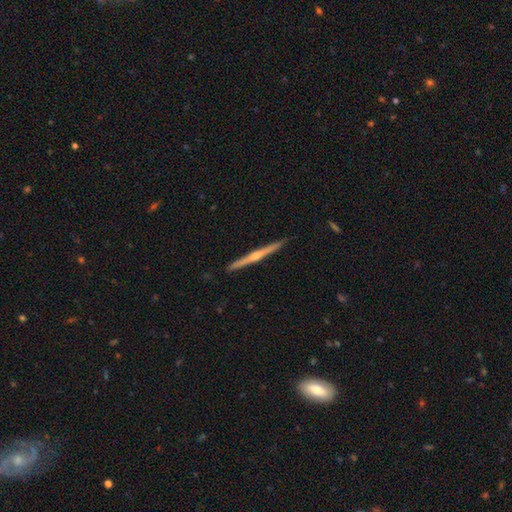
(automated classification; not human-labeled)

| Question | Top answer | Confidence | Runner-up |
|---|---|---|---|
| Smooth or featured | featured or disk | 77% | smooth (18%) |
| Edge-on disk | yes | 99% | no (1%) |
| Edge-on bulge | rounded | 80% | none (15%) |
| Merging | none | 93% | minor disturbance (5%) |